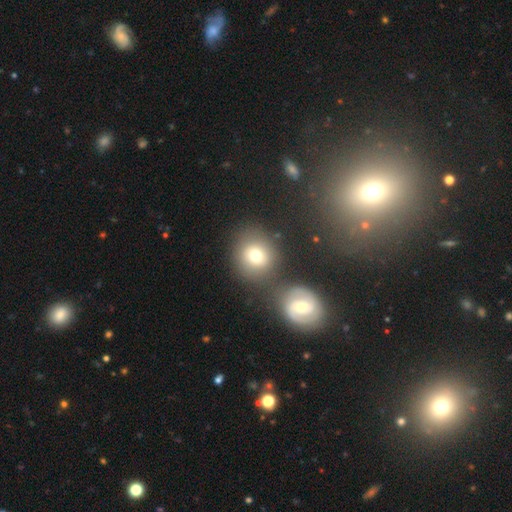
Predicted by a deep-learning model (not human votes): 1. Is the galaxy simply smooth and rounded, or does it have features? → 74% smooth, 16% featured or disk, 10% star or artifact.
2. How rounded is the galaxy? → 84% round, 15% in between, 1% cigar-shaped.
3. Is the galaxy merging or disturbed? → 63% none, 22% merger, 11% minor disturbance, 5% major disturbance.